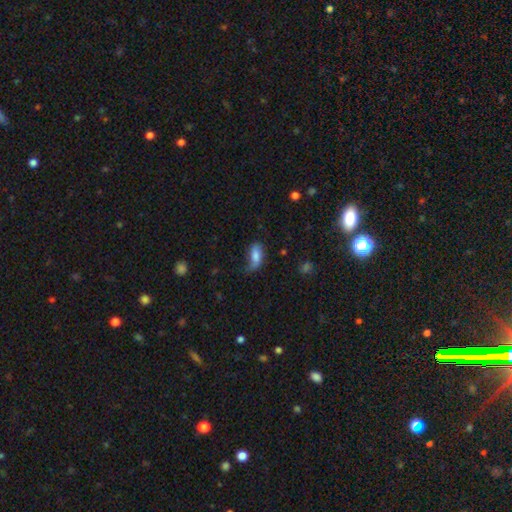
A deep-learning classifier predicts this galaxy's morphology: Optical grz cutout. It shows a smooth galaxy with no disk features (65%) that is in between round and cigar-shaped (87%). Merging: none (38%).